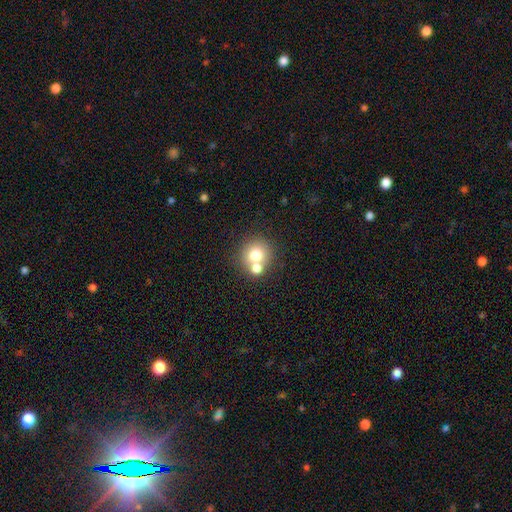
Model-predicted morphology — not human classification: Smooth or featured?
  - smooth: 73% *
  - featured or disk: 15%
  - star or artifact: 12%
How rounded?
  - round: 88% *
  - in between: 11%
  - cigar-shaped: 1%
Merging?
  - none: 52% *
  - merger: 38%
  - minor disturbance: 7%
  - major disturbance: 3%